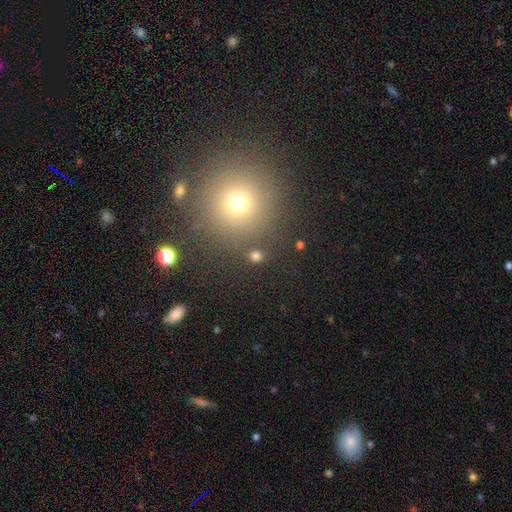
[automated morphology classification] A smooth galaxy with no disk features (74%) that is round (77%).

Vote fractions:
- Smooth or featured? smooth: 74% / star or artifact: 20% / featured or disk: 6%
- How rounded? round: 77% / in between: 22% / cigar-shaped: 1%
- Merging? none: 82% / minor disturbance: 7% / merger: 7% / major disturbance: 4%